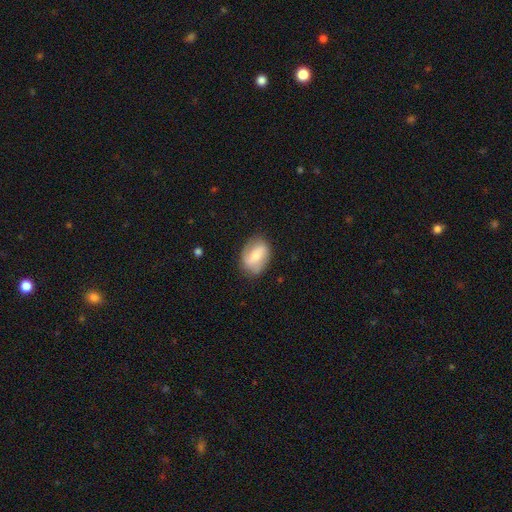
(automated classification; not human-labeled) Smooth or featured? Predicted: smooth (p=0.52). How rounded? Predicted: in between (p=0.76). Merging? Predicted: none (p=0.74).